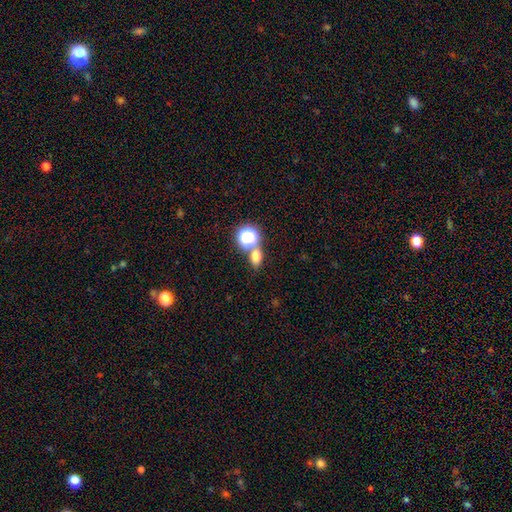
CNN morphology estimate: Smooth or featured: smooth — 71% (star or artifact — 20%)
How rounded: in between — 64% (round — 33%)
Merging: none — 65% (merger — 23%)